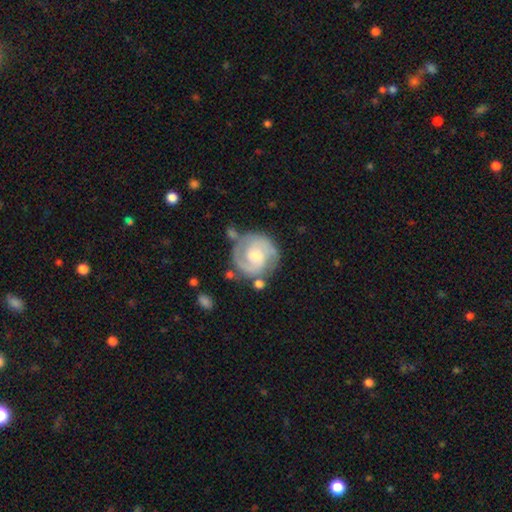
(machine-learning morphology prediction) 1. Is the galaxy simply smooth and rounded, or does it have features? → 84% featured or disk, 11% smooth, 5% star or artifact.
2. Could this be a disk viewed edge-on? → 98% no, 2% yes.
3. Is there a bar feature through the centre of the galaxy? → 54% no, 38% weak, 8% strong.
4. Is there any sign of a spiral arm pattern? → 96% yes, 4% no.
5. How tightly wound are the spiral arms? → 52% tight, 40% medium, 8% loose.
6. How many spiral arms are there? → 84% 2, 6% can't tell, 4% 3, 3% 1, 1% 4, 1% more than 4.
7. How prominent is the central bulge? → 52% moderate, 39% small, 5% large, 3% none, 1% dominant.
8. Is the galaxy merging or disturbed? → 71% none, 16% minor disturbance, 6% major disturbance, 6% merger.